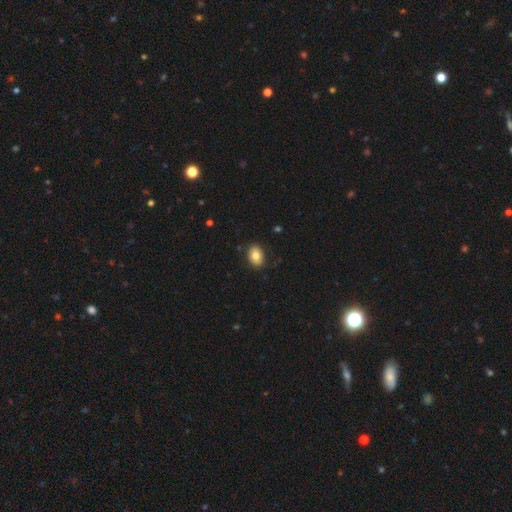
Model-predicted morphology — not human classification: type=smooth (80%); roundness=in between (77%); merging=none (87%).